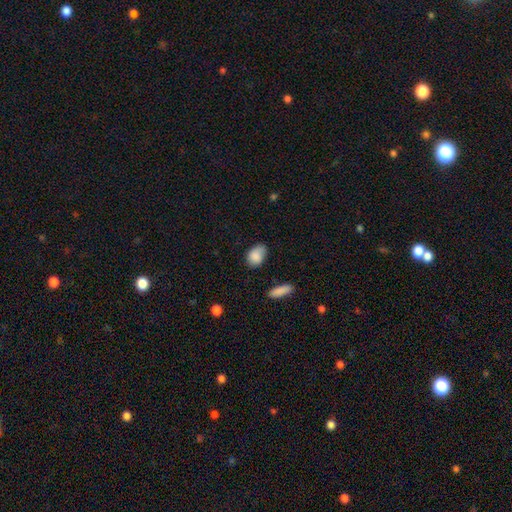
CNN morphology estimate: smooth 86%, star or artifact 8%, featured or disk 6%. Down the decision tree: how rounded — in between (82%); merging — none (64%).